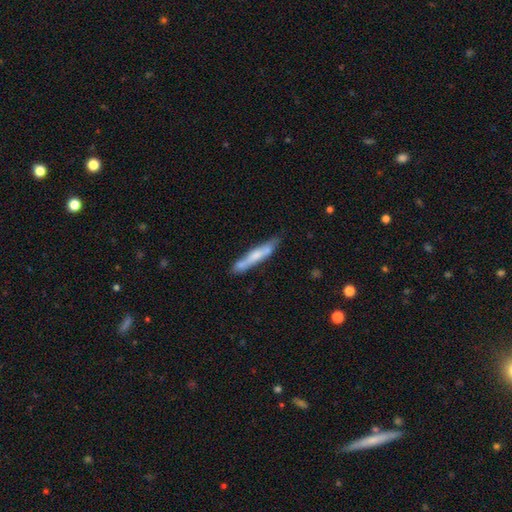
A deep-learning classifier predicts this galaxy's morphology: Smooth or featured? Predicted: smooth (p=0.53). How rounded? Predicted: cigar-shaped (p=0.92). Merging? Predicted: none (p=0.70).